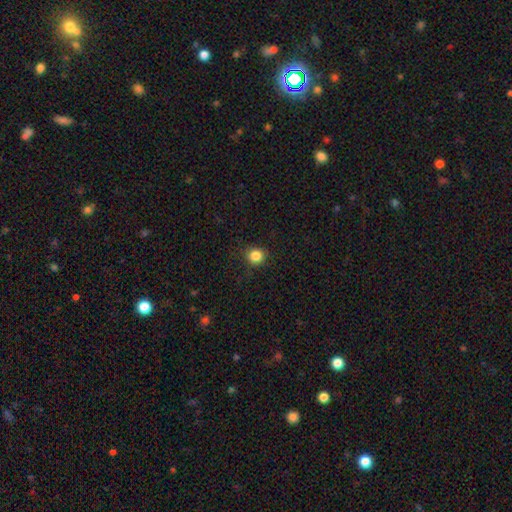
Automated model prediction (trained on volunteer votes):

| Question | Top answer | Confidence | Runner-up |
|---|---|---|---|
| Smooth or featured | smooth | 85% | star or artifact (11%) |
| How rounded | round | 87% | in between (12%) |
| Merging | none | 88% | minor disturbance (8%) |